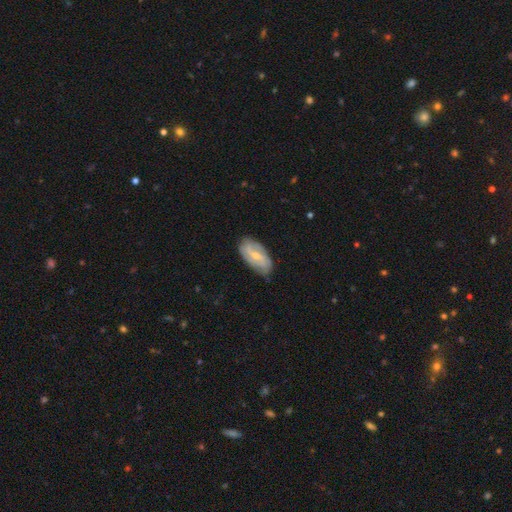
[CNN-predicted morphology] type=featured or disk (67%); edge-on=no (93%); bar=weak (51%); spiral arms=yes (83%); winding=medium (38%); arm count=2 (60%); bulge=small (57%); merging=none (75%).